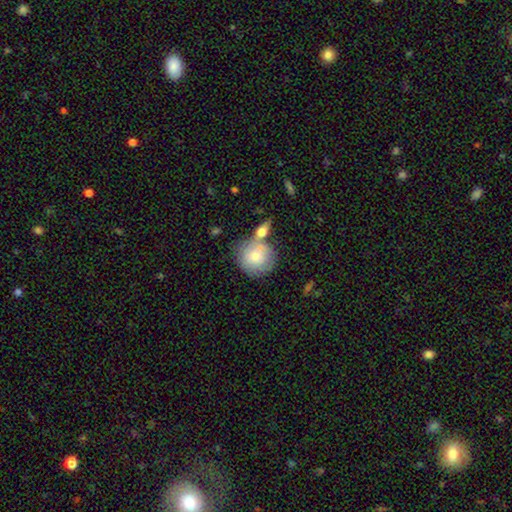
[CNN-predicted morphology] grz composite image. It shows a smooth galaxy with no disk features (72%) that is round (89%). Merging: none (52%).